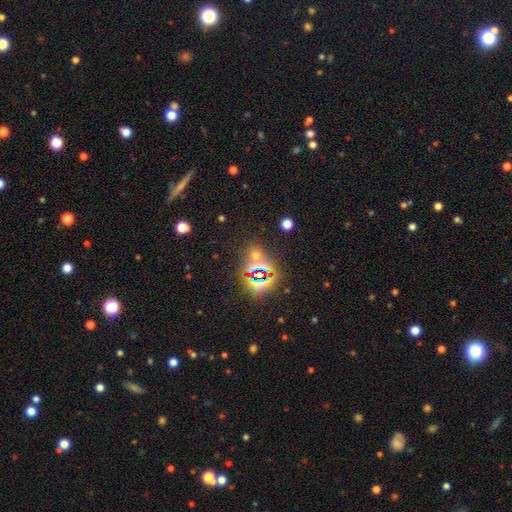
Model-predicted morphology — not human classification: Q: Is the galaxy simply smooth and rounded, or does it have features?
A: star or artifact — 62%.